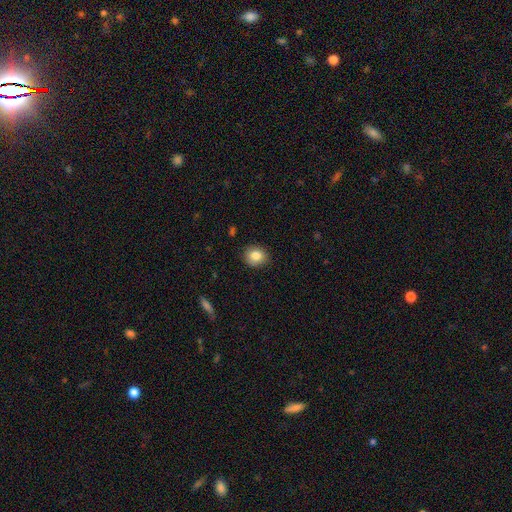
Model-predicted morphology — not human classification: smooth 84%, star or artifact 9%, featured or disk 7%. Down the decision tree: how rounded — round (68%); merging — none (87%).